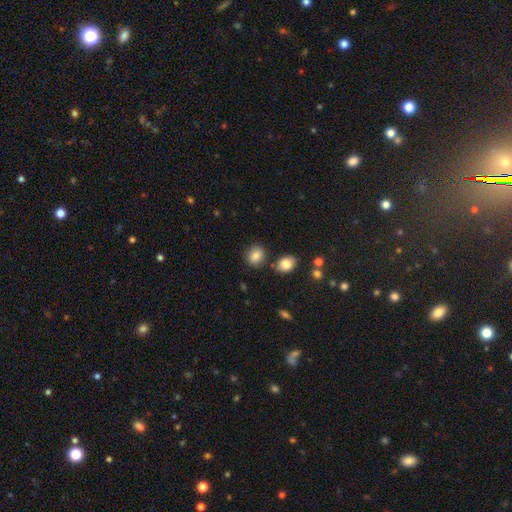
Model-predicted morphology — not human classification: The model was most divided on "how rounded": round: 68%, in between: 31%, cigar-shaped: 1%. More confident: smooth or featured — smooth (83%); merging — none (79%).